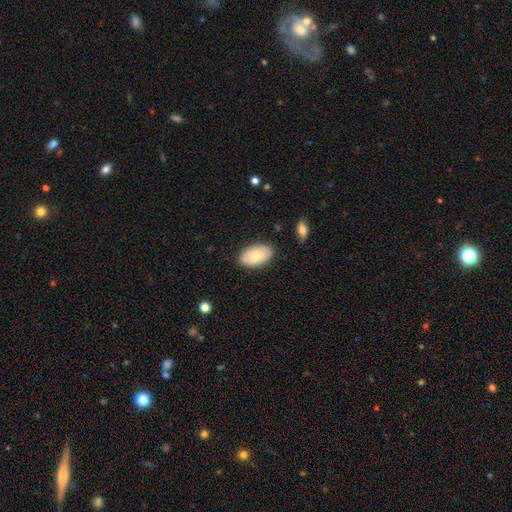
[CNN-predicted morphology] smooth-or-featured: smooth: 71% | featured or disk: 23% | star or artifact: 6%
  how-rounded: in between: 94% | round: 5% | cigar-shaped: 1%
  merging: none: 84% | minor disturbance: 12% | major disturbance: 3% | merger: 1%